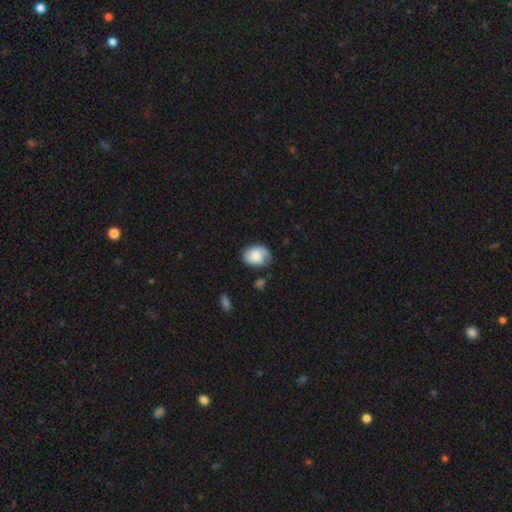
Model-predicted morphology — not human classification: Smooth or featured?
  - smooth: 62% *
  - featured or disk: 31%
  - star or artifact: 8%
How rounded?
  - in between: 64% *
  - round: 35%
  - cigar-shaped: 1%
Merging?
  - none: 59% *
  - minor disturbance: 28%
  - major disturbance: 10%
  - merger: 3%